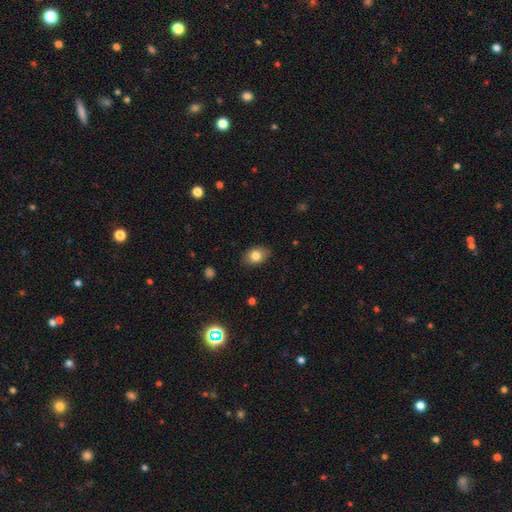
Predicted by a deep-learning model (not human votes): Smooth or featured: smooth — 81% (featured or disk — 11%)
How rounded: in between — 77% (round — 21%)
Merging: none — 84% (minor disturbance — 13%)